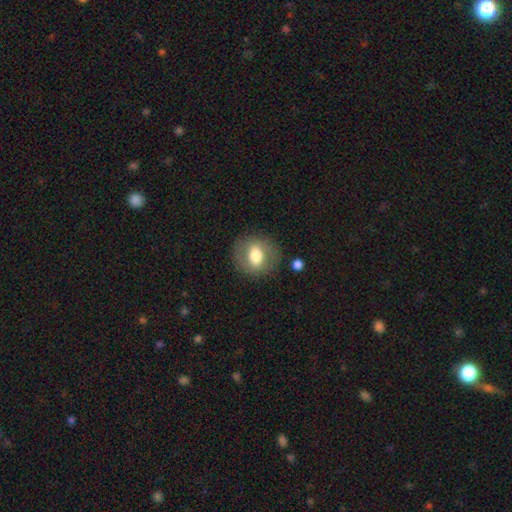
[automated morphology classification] Smooth or featured: smooth — 64% (featured or disk — 28%)
How rounded: round — 70% (in between — 28%)
Merging: none — 82% (minor disturbance — 11%)